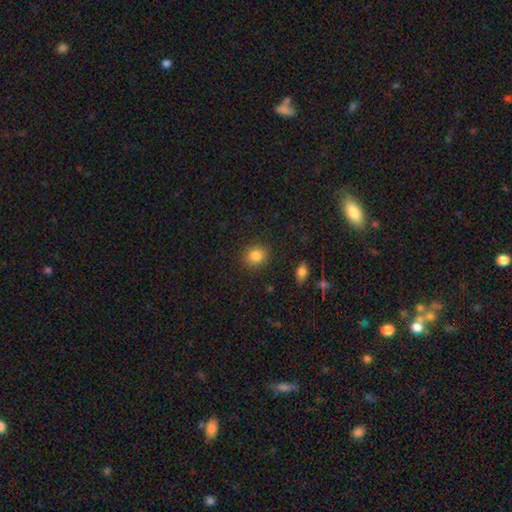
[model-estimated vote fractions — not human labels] Q: Smooth or featured?
A: smooth (84%); runner-up: star or artifact (10%)
Q: How rounded?
A: round (79%); runner-up: in between (20%)
Q: Merging?
A: none (89%); runner-up: minor disturbance (7%)